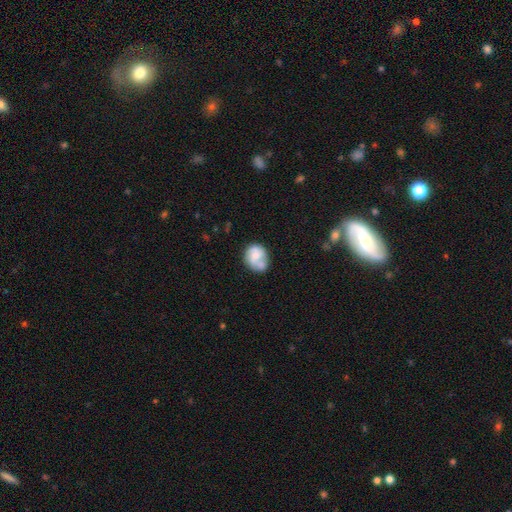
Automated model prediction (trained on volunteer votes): The model was most divided on "smooth or featured": smooth: 53%, featured or disk: 40%, star or artifact: 7%. Remaining: how rounded — round (59%); merging — none (44%).